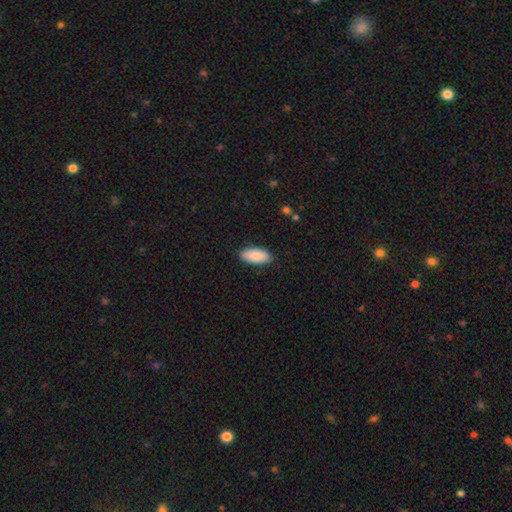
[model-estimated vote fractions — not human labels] Q: Smooth or featured?
A: smooth (90%); runner-up: star or artifact (6%)
Q: How rounded?
A: in between (92%); runner-up: cigar-shaped (7%)
Q: Merging?
A: none (88%); runner-up: minor disturbance (9%)